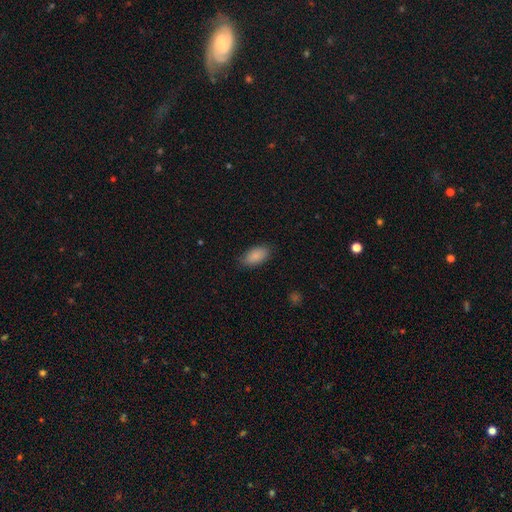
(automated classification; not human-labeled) Overall: smooth (88%). How rounded: in between (93%). Merging: none (83%).